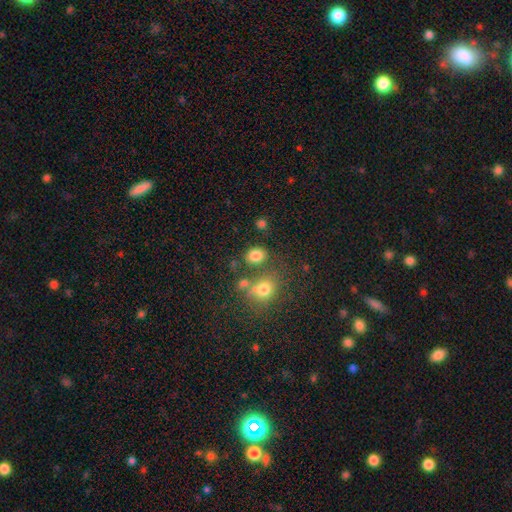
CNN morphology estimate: type=smooth (81%); roundness=round (58%); merging=none (72%).